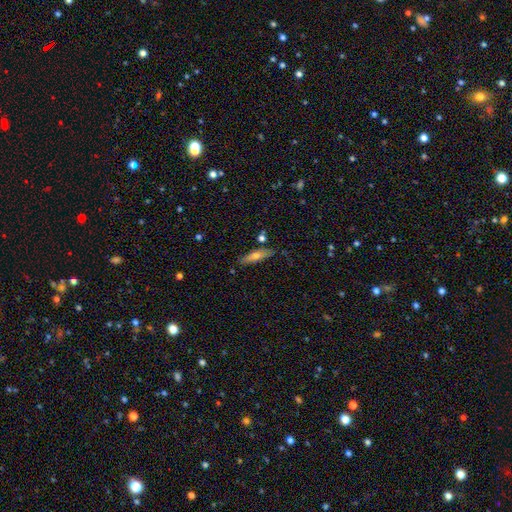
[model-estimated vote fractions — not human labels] A smooth galaxy with no disk features (59%) that is cigar-shaped (72%).

Vote fractions:
- Smooth or featured? smooth: 59% / featured or disk: 34% / star or artifact: 8%
- How rounded? cigar-shaped: 72% / in between: 26% / round: 2%
- Merging? none: 78% / minor disturbance: 15% / merger: 4% / major disturbance: 3%